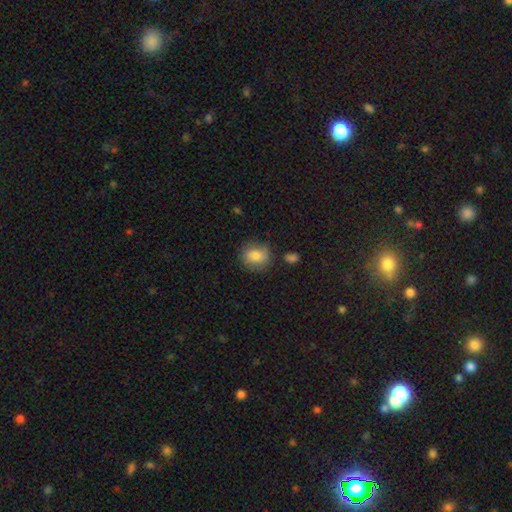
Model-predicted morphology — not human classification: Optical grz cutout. It shows a smooth galaxy with no disk features (79%) that is round (68%). Merging: none (74%).